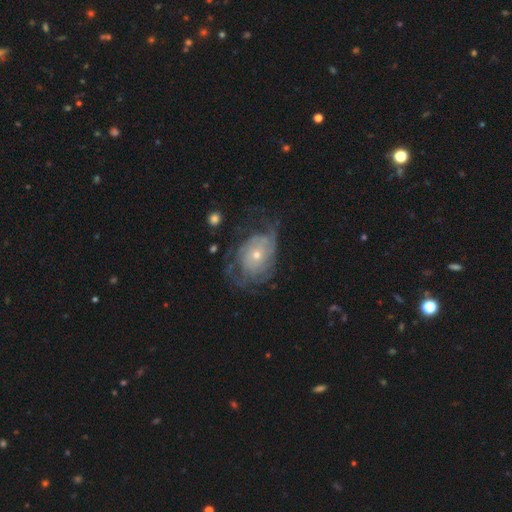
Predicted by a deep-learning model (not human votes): featured or disk 76%, smooth 17%, star or artifact 7%. Down the decision tree: edge-on disk — no (96%); bar — no (82%); spiral arms — yes (81%); spiral arm count — can't tell (49%); spiral winding — tight (53%); bulge size — small (67%); merging — none (48%).